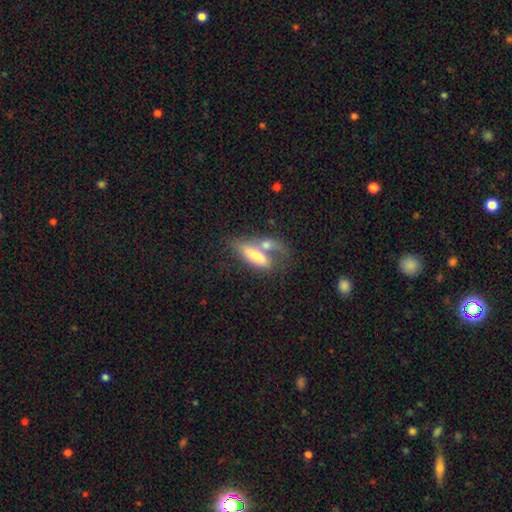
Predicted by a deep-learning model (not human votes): Smooth or featured?
  - smooth: 62% *
  - featured or disk: 31%
  - star or artifact: 6%
How rounded?
  - in between: 60% *
  - cigar-shaped: 37%
  - round: 3%
Merging?
  - merger: 52% *
  - none: 27%
  - minor disturbance: 11%
  - major disturbance: 11%